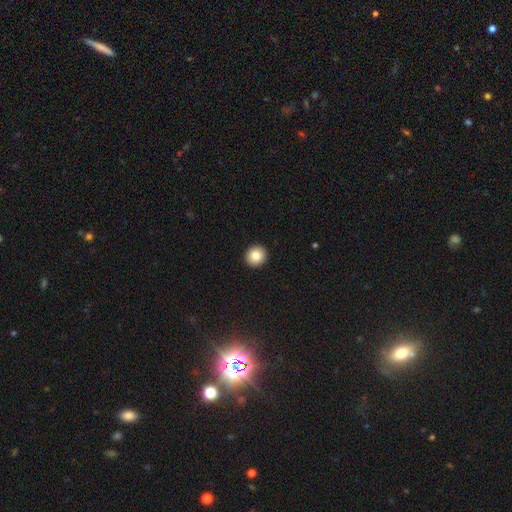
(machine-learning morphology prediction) Q: Smooth or featured?
A: smooth (83%); runner-up: star or artifact (9%)
Q: How rounded?
A: round (93%); runner-up: in between (6%)
Q: Merging?
A: none (94%); runner-up: minor disturbance (4%)